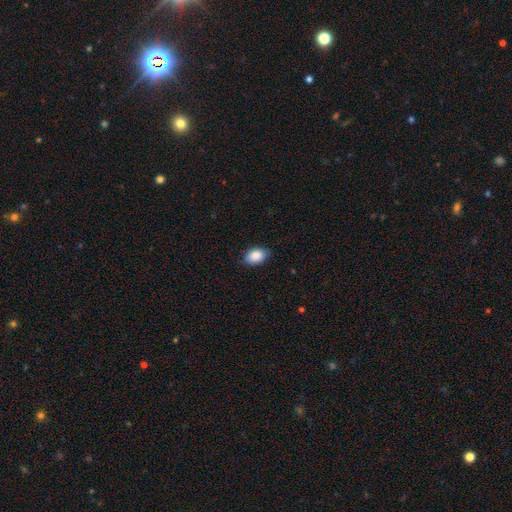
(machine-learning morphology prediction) The model was most divided on "merging": none: 83%, minor disturbance: 13%, major disturbance: 2%, merger: 1%. More confident: how rounded — in between (87%); smooth or featured — smooth (86%).